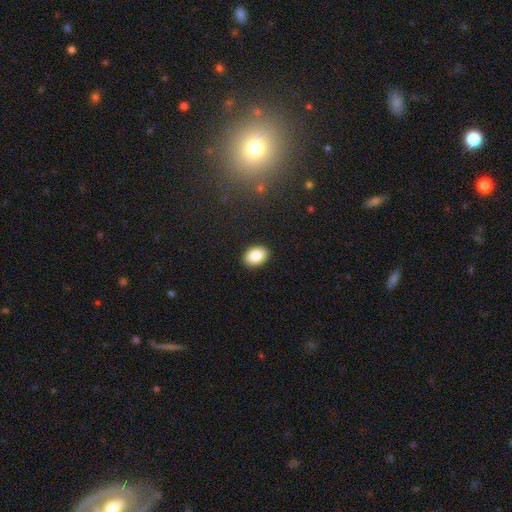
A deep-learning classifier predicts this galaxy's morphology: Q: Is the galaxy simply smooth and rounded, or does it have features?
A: smooth — 85%.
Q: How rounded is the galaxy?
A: in between — 81%.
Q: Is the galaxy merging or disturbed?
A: none — 90%.